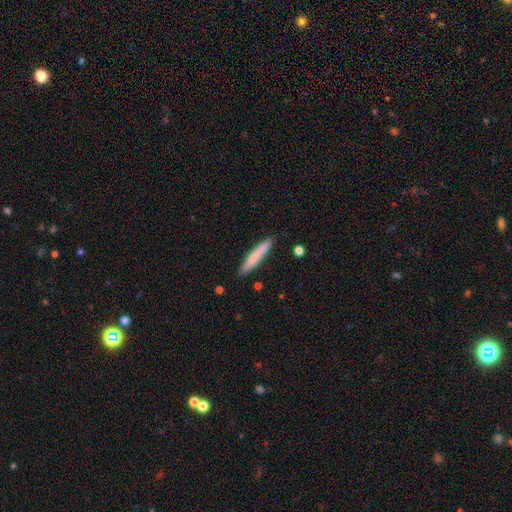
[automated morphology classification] Smooth or featured? Predicted: smooth (p=0.71). How rounded? Predicted: cigar-shaped (p=0.93). Merging? Predicted: none (p=0.87).